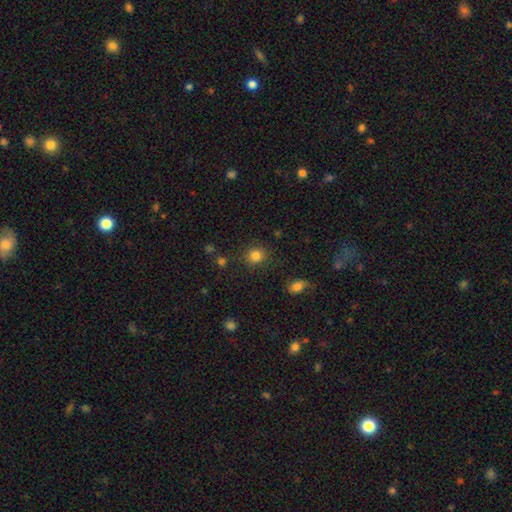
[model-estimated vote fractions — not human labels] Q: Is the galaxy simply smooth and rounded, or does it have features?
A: smooth — 84%.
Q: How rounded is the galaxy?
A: round — 84%.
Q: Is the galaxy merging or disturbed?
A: none — 87%.